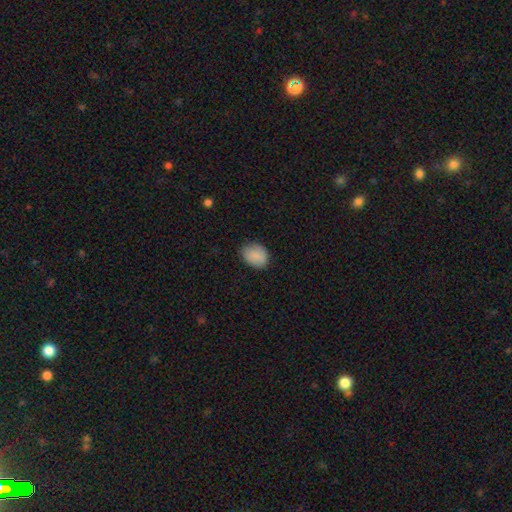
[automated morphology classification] This appears to be a smooth galaxy with no disk features (87%) that is in between round and cigar-shaped (64%). Merging: none (81%).